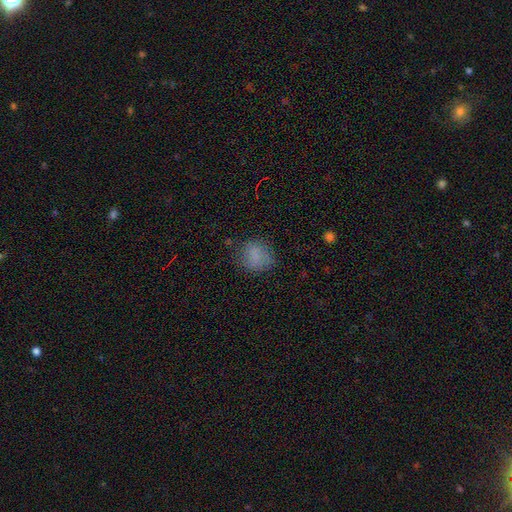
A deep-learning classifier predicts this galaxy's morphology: Smooth or featured?
  - smooth: 78% *
  - star or artifact: 12%
  - featured or disk: 10%
How rounded?
  - round: 70% *
  - in between: 29%
  - cigar-shaped: 1%
Merging?
  - none: 73% *
  - minor disturbance: 18%
  - major disturbance: 7%
  - merger: 2%